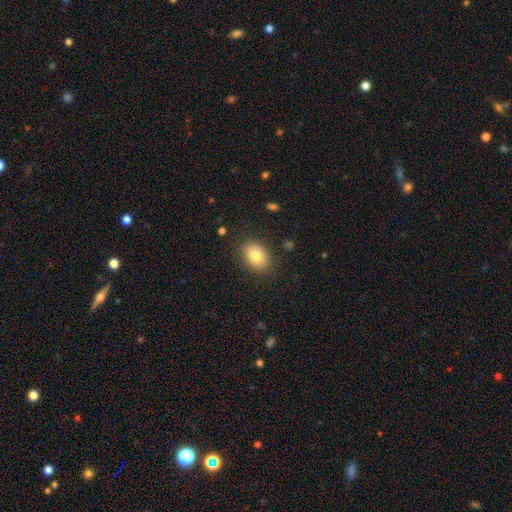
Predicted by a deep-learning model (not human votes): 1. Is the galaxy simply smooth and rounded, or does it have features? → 80% smooth, 11% featured or disk, 9% star or artifact.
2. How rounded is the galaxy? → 65% in between, 34% round, 1% cigar-shaped.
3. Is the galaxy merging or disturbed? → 86% none, 10% minor disturbance, 3% major disturbance, 1% merger.